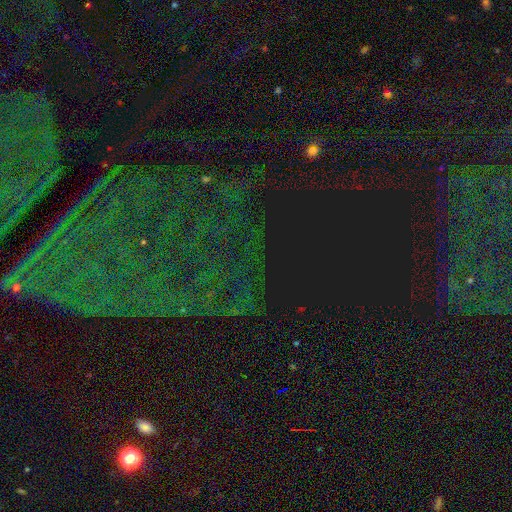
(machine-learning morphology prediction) smooth_or_featured: star or artifact (p=0.82) [alt: featured or disk p=0.09]